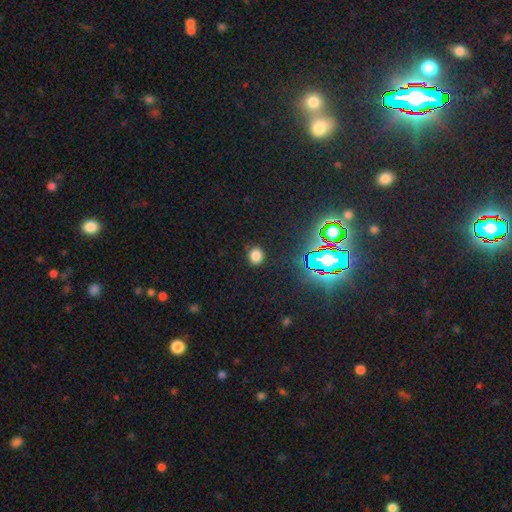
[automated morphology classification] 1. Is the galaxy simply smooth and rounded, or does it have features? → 75% smooth, 20% star or artifact, 5% featured or disk.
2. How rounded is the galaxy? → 75% round, 24% in between, 1% cigar-shaped.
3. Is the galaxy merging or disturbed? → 84% none, 11% minor disturbance, 3% major disturbance, 2% merger.